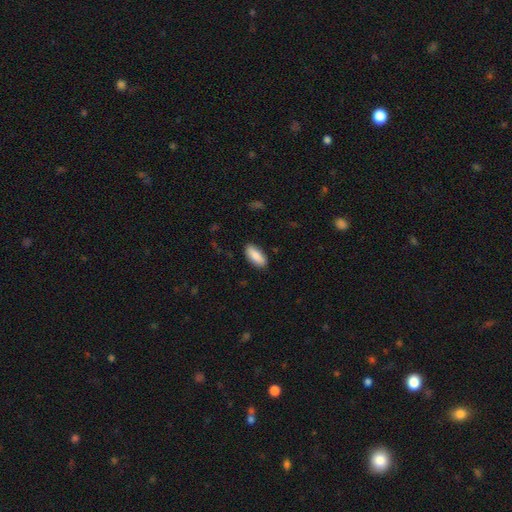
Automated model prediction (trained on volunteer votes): smooth 85%, featured or disk 9%, star or artifact 6%. Down the decision tree: how rounded — in between (85%); merging — none (86%).